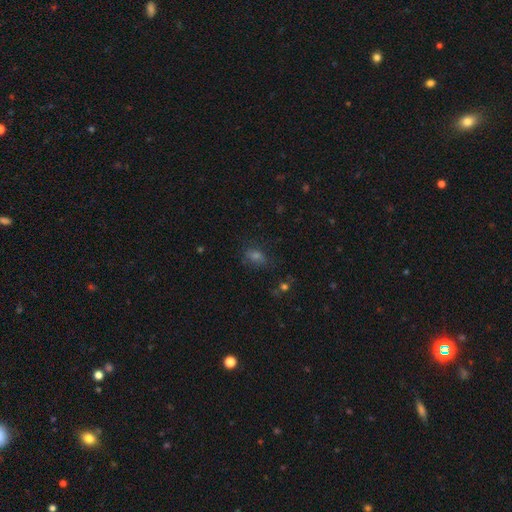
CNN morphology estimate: Q: Smooth or featured?
A: smooth (57%); runner-up: star or artifact (31%)
Q: How rounded?
A: in between (70%); runner-up: round (27%)
Q: Merging?
A: none (71%); runner-up: minor disturbance (18%)